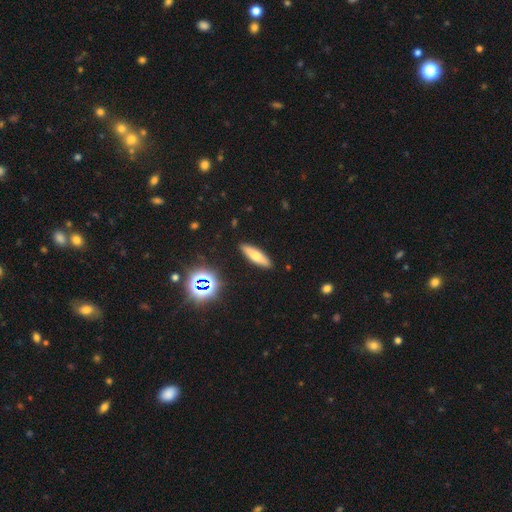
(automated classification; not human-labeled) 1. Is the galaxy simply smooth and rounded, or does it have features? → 63% smooth, 26% featured or disk, 10% star or artifact.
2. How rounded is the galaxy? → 62% cigar-shaped, 35% in between, 3% round.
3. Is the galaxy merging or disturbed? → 89% none, 8% minor disturbance, 2% major disturbance, 1% merger.